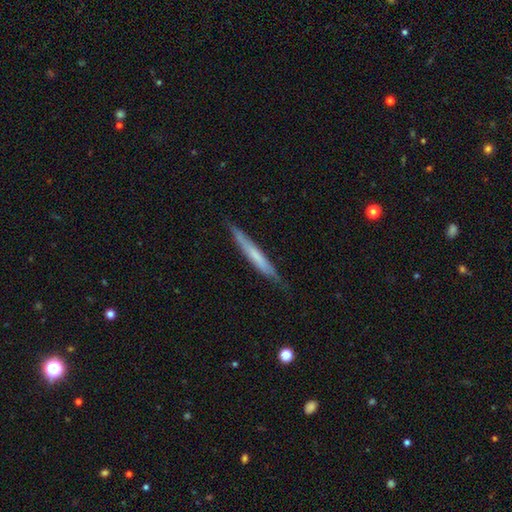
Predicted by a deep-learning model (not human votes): A smooth galaxy with no disk features (53%) that is cigar-shaped (96%). Merging: none (83%).